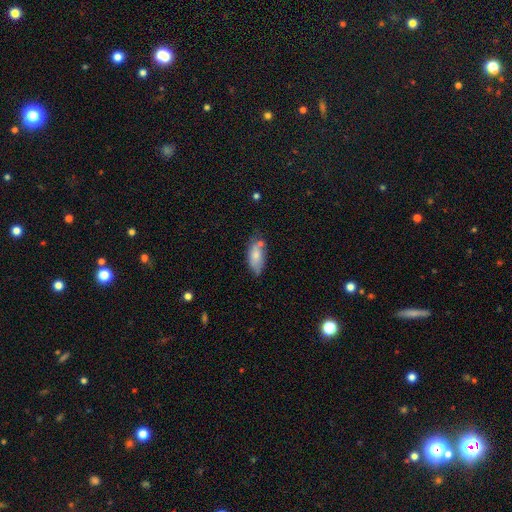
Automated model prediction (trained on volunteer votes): The model was most divided on "merging": none: 57%, minor disturbance: 26%, merger: 11%, major disturbance: 6%. More confident: how rounded — in between (87%); smooth or featured — smooth (77%).